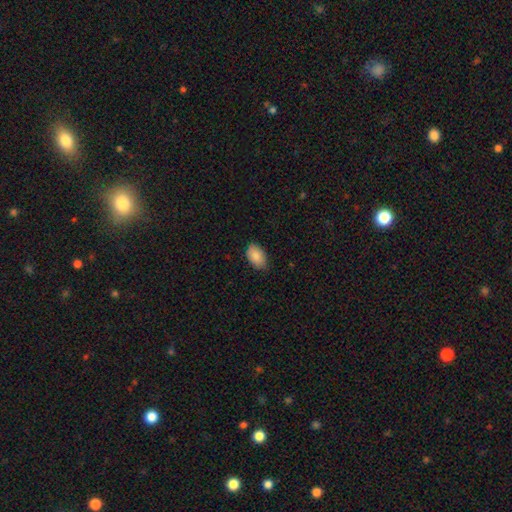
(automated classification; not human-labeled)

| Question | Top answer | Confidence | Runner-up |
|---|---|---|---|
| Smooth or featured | smooth | 88% | star or artifact (7%) |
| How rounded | in between | 91% | round (8%) |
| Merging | none | 78% | minor disturbance (19%) |